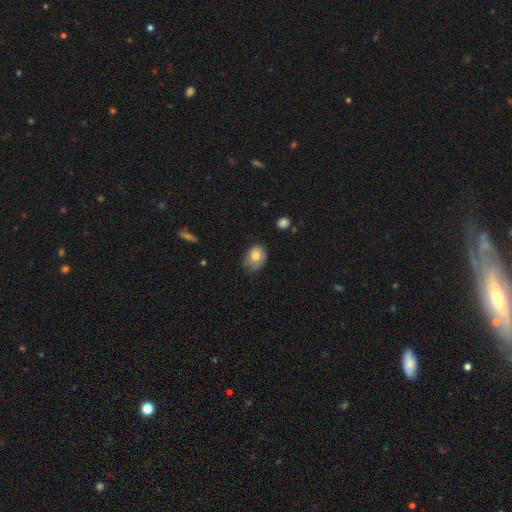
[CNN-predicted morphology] Smooth or featured? Predicted: smooth (p=0.73). How rounded? Predicted: in between (p=0.63). Merging? Predicted: none (p=0.56).